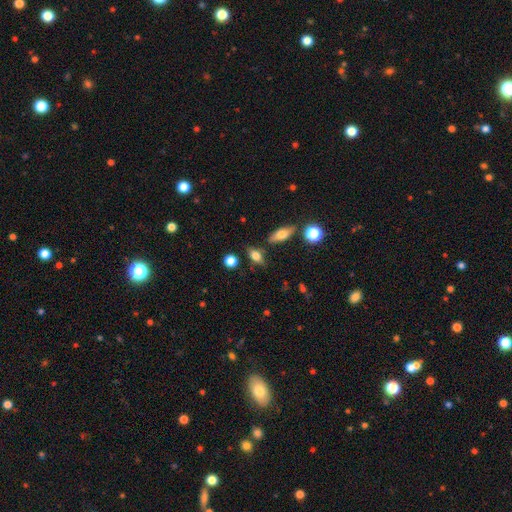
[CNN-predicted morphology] Q: Smooth or featured?
A: smooth (77%); runner-up: featured or disk (13%)
Q: How rounded?
A: in between (72%); runner-up: round (20%)
Q: Merging?
A: none (72%); runner-up: minor disturbance (16%)